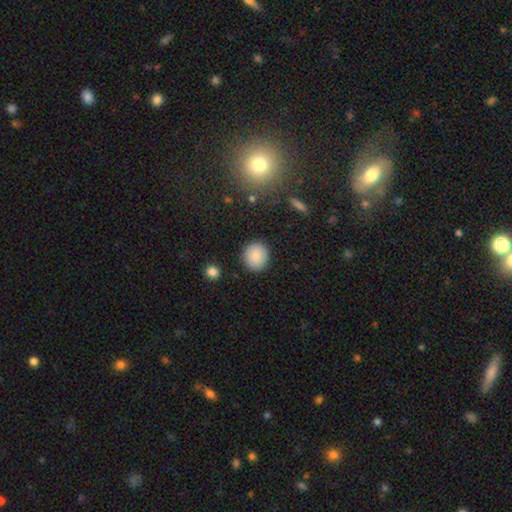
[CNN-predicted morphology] smooth_or_featured: smooth (p=0.85) [alt: star or artifact p=0.08]
how_rounded: round (p=0.88) [alt: in between p=0.11]
merging: none (p=0.89) [alt: minor disturbance p=0.07]